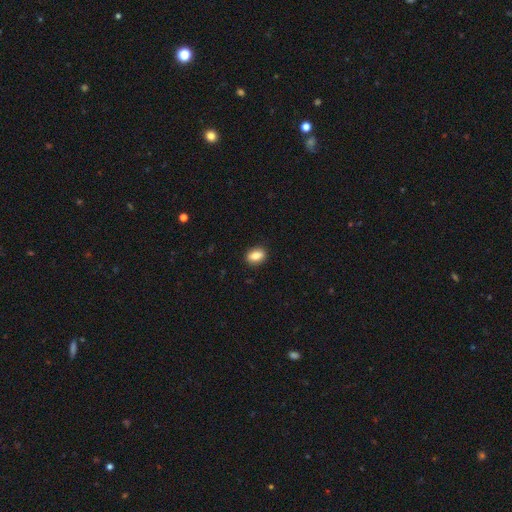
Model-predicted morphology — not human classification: A smooth galaxy with no disk features (82%) that is in between round and cigar-shaped (77%). Merging: none (88%).